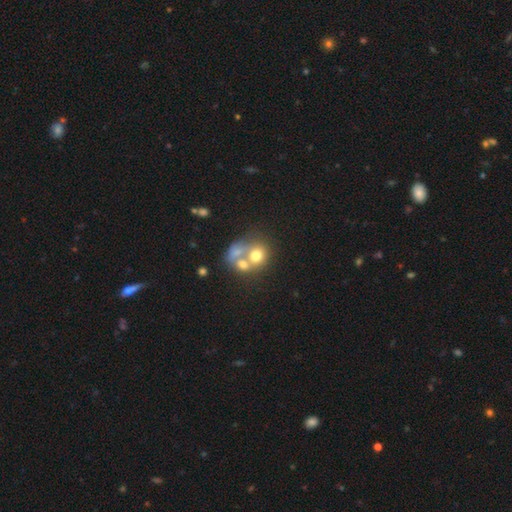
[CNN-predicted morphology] smooth 60%, featured or disk 27%, star or artifact 13%. Down the decision tree: how rounded — round (66%); merging — merger (61%).